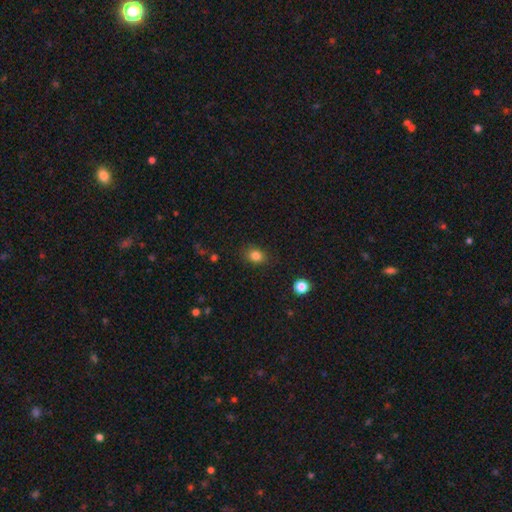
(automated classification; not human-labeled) Smooth or featured? Predicted: smooth (p=0.84). How rounded? Predicted: in between (p=0.56). Merging? Predicted: none (p=0.83).